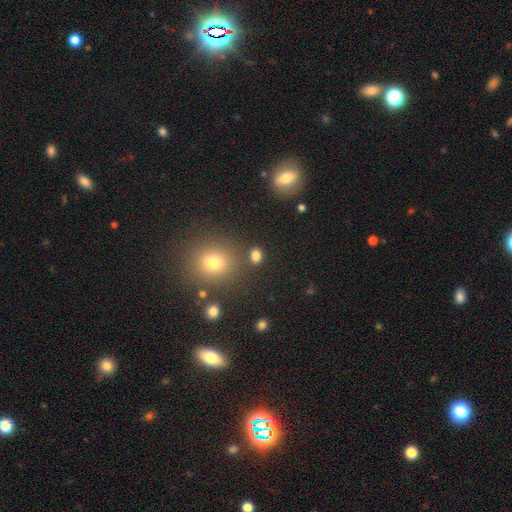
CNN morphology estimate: type=smooth (79%); roundness=in between (54%); merging=none (80%).